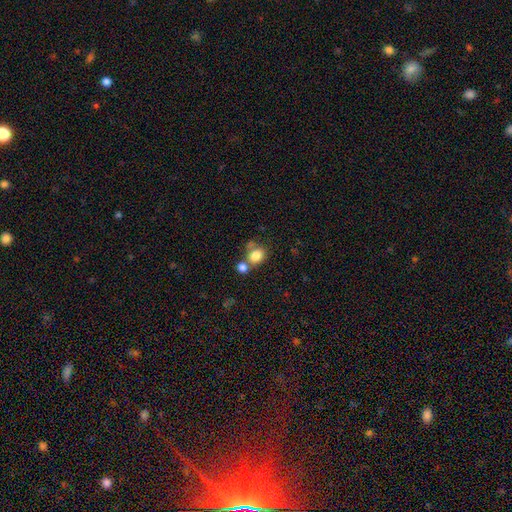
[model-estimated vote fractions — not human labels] A smooth galaxy with no disk features (81%) that is round (58%). Merging: none (44%).